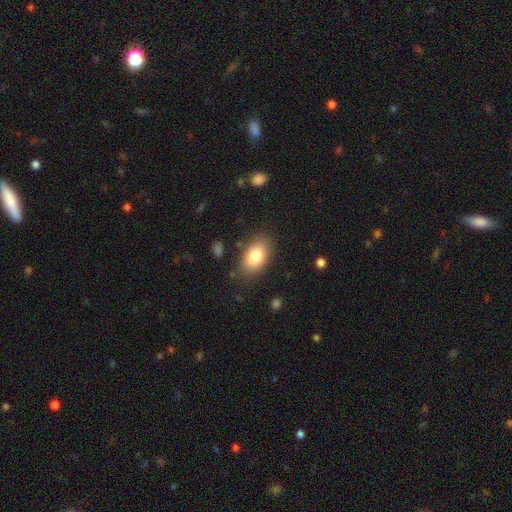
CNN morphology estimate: This appears to be a smooth galaxy with no disk features (82%) that is in between round and cigar-shaped (90%). Merging: none (81%).